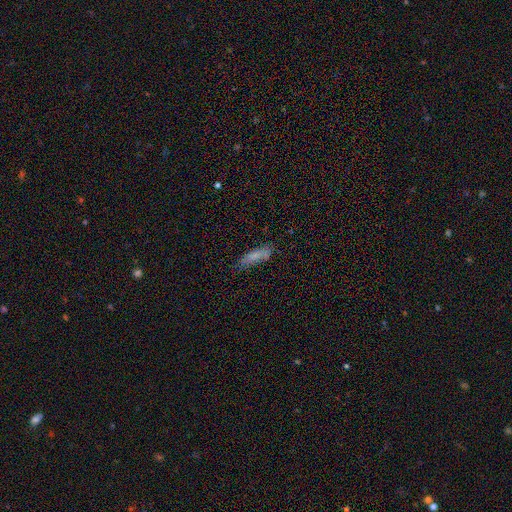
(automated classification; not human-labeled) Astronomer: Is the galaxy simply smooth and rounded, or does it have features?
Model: smooth — 77%.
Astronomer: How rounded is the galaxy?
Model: cigar-shaped — 61% (runner-up: in between, 37%).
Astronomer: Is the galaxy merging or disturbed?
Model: none — 65%.